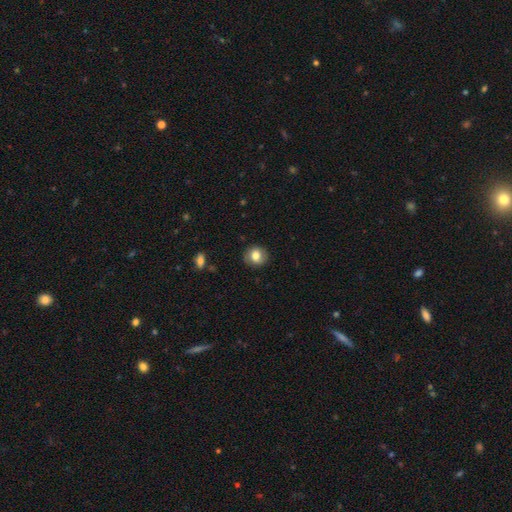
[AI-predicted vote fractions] This is likely a smooth galaxy (77%). How rounded: clearly round (82%). Merging: clearly none (86%).